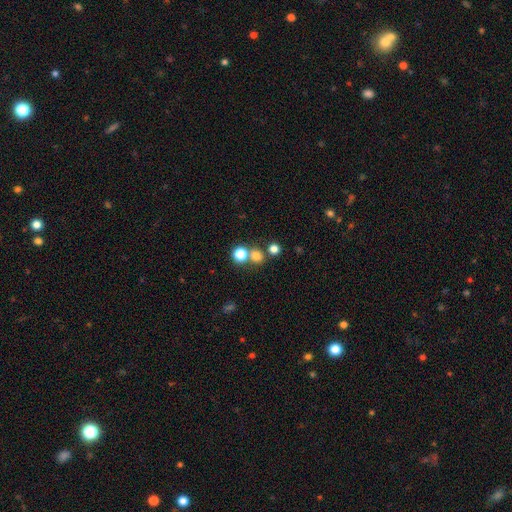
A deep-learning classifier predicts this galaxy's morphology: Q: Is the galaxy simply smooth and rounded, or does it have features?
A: smooth — 73%.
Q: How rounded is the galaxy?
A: round — 87%.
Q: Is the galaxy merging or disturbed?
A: none — 60%.